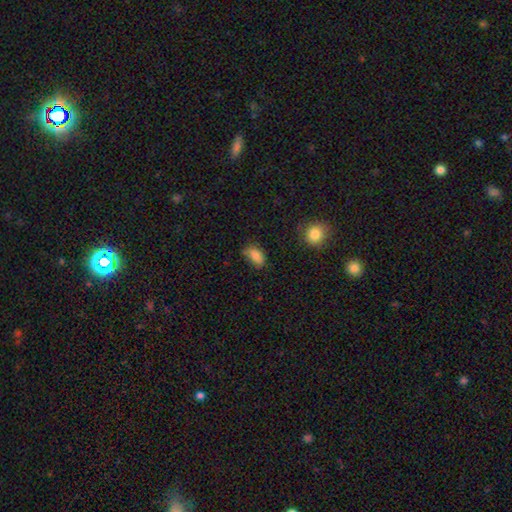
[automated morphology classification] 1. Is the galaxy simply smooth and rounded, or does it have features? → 84% smooth, 10% star or artifact, 7% featured or disk.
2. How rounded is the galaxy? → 89% in between, 8% round, 3% cigar-shaped.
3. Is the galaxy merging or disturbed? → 56% none, 32% minor disturbance, 9% major disturbance, 3% merger.